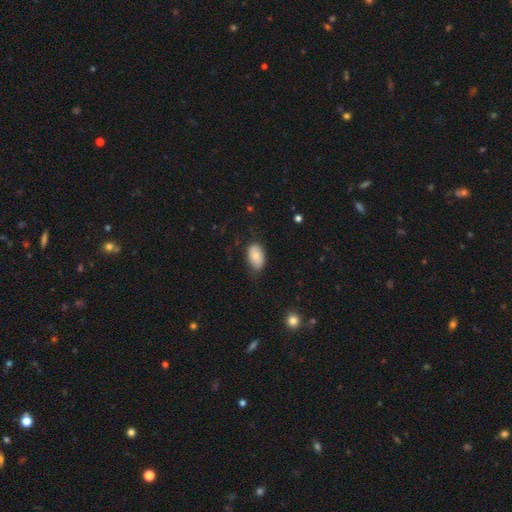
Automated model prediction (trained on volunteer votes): Smooth or featured?
  - smooth: 76% *
  - featured or disk: 16%
  - star or artifact: 7%
How rounded?
  - in between: 92% *
  - round: 7%
  - cigar-shaped: 1%
Merging?
  - none: 66% *
  - minor disturbance: 27%
  - major disturbance: 6%
  - merger: 1%